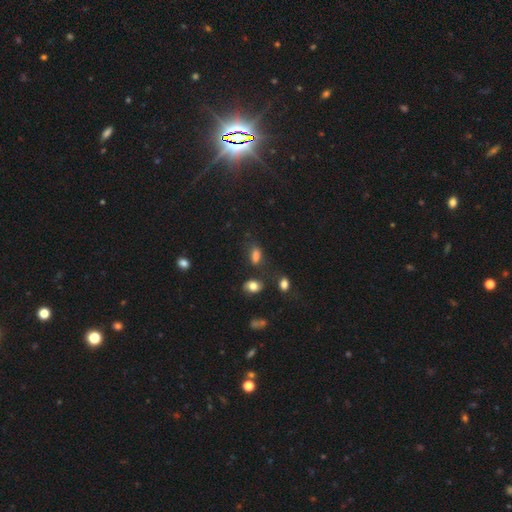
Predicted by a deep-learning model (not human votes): This appears to be a smooth galaxy with no disk features (74%) that is in between round and cigar-shaped (82%). Merging: none (57%).